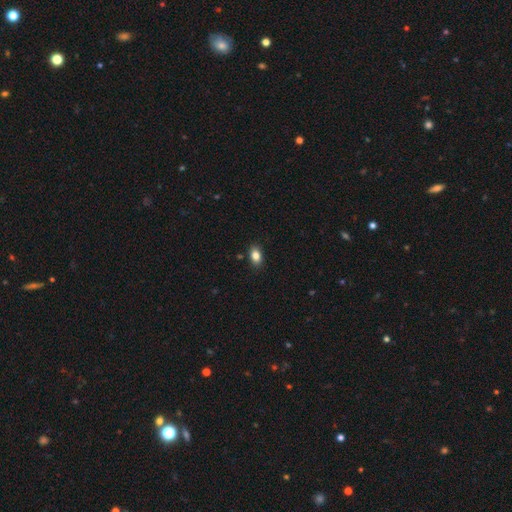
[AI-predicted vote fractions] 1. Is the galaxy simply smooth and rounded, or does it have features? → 83% smooth, 9% star or artifact, 8% featured or disk.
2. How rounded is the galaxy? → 85% in between, 14% round, 2% cigar-shaped.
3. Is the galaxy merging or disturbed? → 87% none, 9% minor disturbance, 2% major disturbance, 1% merger.